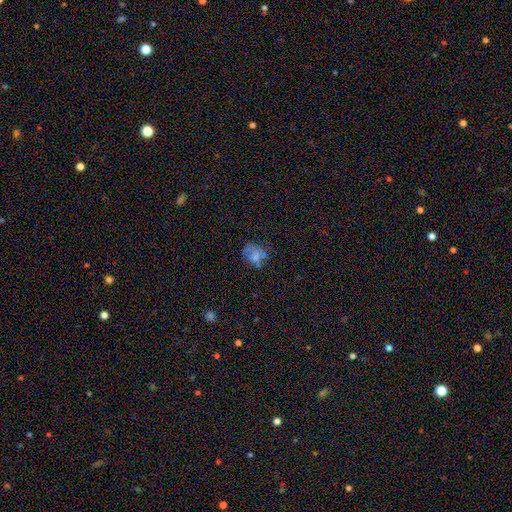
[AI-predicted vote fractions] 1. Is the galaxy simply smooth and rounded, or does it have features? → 59% smooth, 27% featured or disk, 15% star or artifact.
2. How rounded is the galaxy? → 56% round, 43% in between, 1% cigar-shaped.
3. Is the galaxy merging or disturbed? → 52% none, 25% minor disturbance, 17% major disturbance, 5% merger.